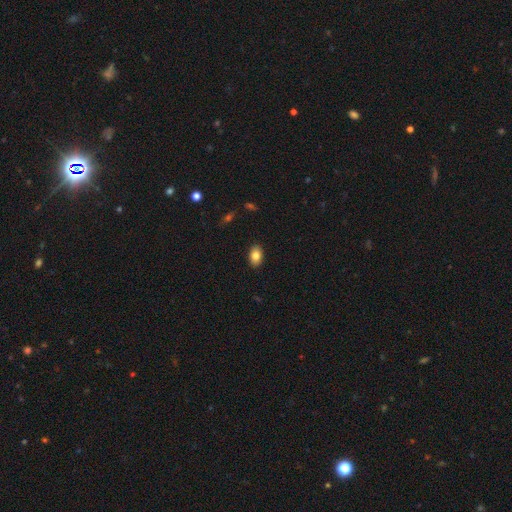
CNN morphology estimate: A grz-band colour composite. It shows a smooth galaxy with no disk features (82%) that is in between round and cigar-shaped (88%). Merging: none (89%).